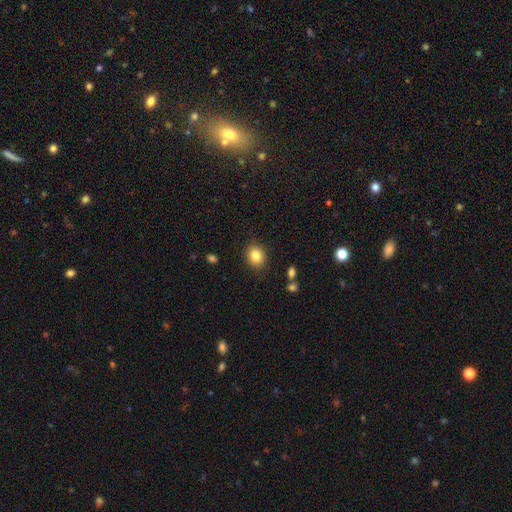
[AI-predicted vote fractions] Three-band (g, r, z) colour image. It shows a smooth galaxy with no disk features (85%) that is round (57%). Merging: none (88%).